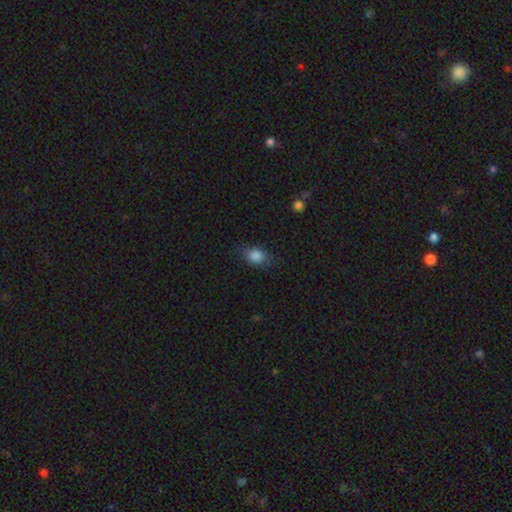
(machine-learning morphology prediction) smooth_or_featured: smooth (p=0.85) [alt: star or artifact p=0.09]
how_rounded: in between (p=0.67) [alt: round p=0.31]
merging: none (p=0.74) [alt: minor disturbance p=0.19]